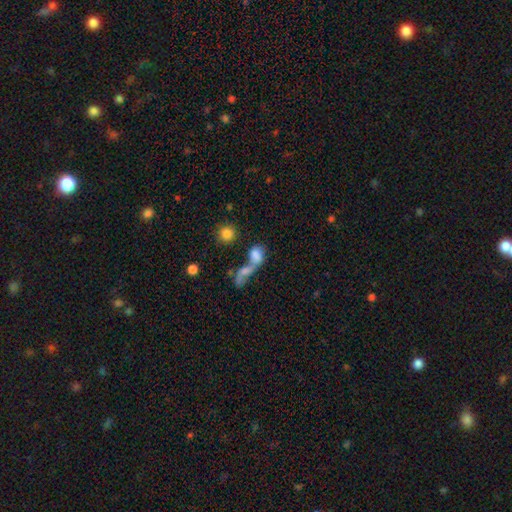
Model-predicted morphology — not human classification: Q: Smooth or featured?
A: smooth (67%); runner-up: featured or disk (22%)
Q: How rounded?
A: in between (63%); runner-up: round (28%)
Q: Merging?
A: merger (64%); runner-up: none (17%)